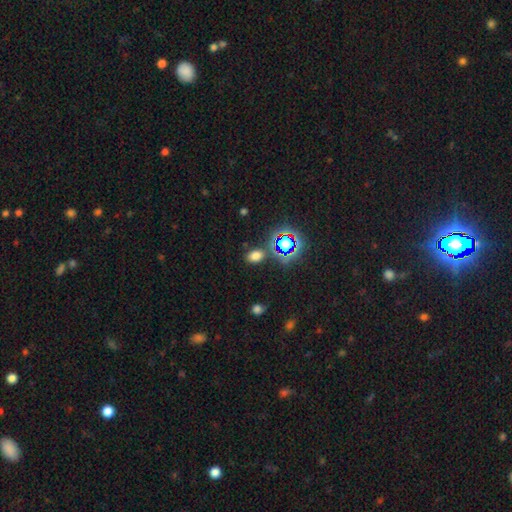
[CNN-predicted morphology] Q: Smooth or featured?
A: smooth (66%); runner-up: star or artifact (28%)
Q: How rounded?
A: in between (78%); runner-up: round (20%)
Q: Merging?
A: none (81%); runner-up: minor disturbance (11%)